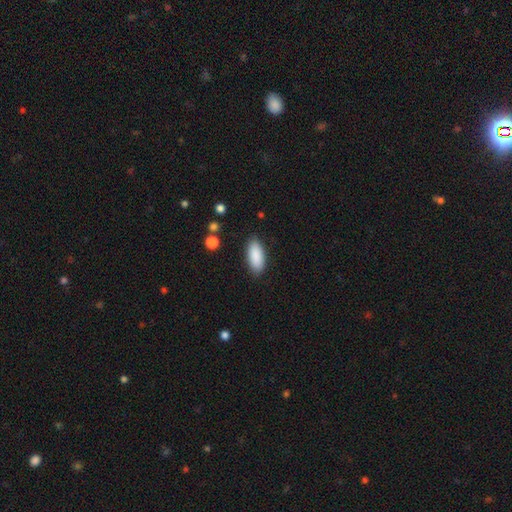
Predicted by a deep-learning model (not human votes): Smooth or featured? smooth (89%)
How rounded? in between (86%)
Merging? none (87%)